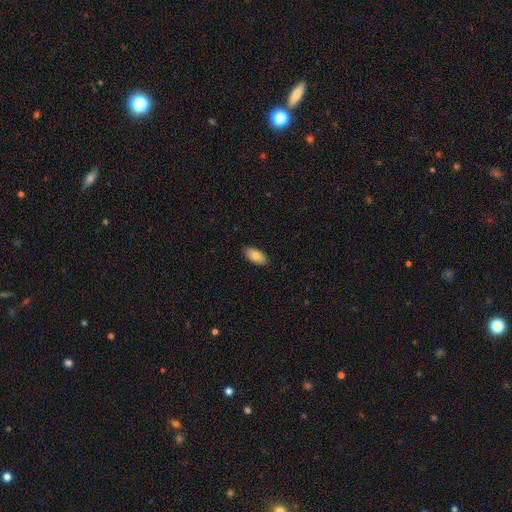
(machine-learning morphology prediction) This appears to be a smooth galaxy with no disk features (81%) that is in between round and cigar-shaped (92%). Merging: none (88%).